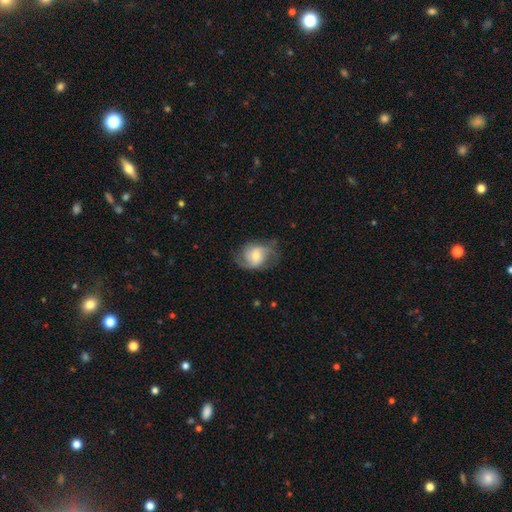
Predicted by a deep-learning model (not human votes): Morphology: type=featured or disk (59%); edge-on=no (96%); bar=no (49%); spiral arms=yes (85%); bulge=moderate (53%); merging=none (61%).